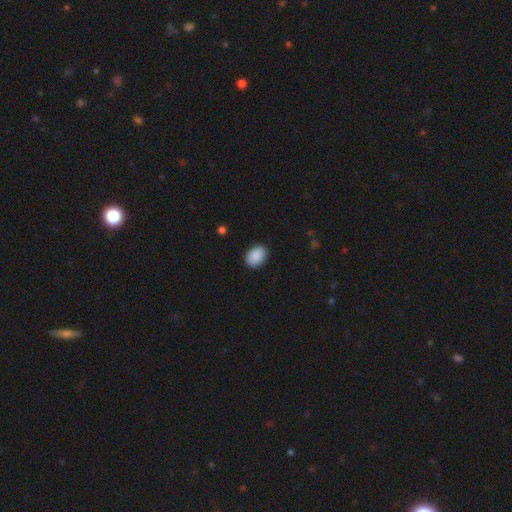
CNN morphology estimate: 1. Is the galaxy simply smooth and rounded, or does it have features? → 90% smooth, 6% star or artifact, 3% featured or disk.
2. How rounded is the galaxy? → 79% in between, 20% round, 1% cigar-shaped.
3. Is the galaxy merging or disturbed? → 88% none, 9% minor disturbance, 2% major disturbance, 1% merger.